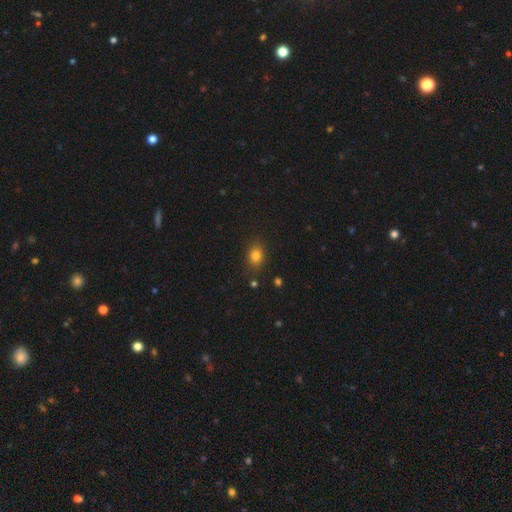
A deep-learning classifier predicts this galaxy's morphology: smooth 80%, star or artifact 13%, featured or disk 7%. Down the decision tree: how rounded — in between (60%); merging — none (82%).